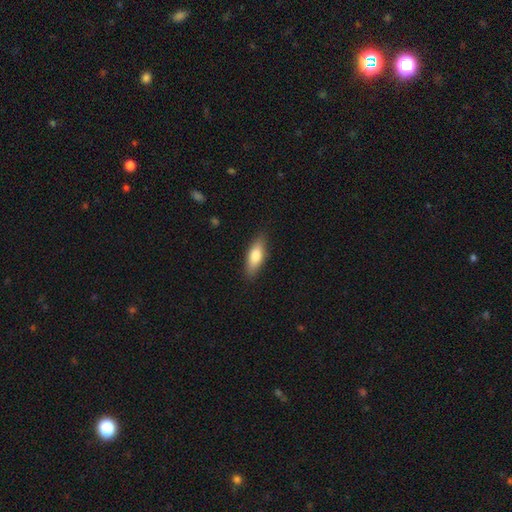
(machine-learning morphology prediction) A smooth galaxy with no disk features (74%) that is in between round and cigar-shaped (65%).

Vote fractions:
- Smooth or featured? smooth: 74% / featured or disk: 20% / star or artifact: 6%
- How rounded? in between: 65% / cigar-shaped: 33% / round: 3%
- Merging? none: 86% / minor disturbance: 11% / major disturbance: 2% / merger: 1%